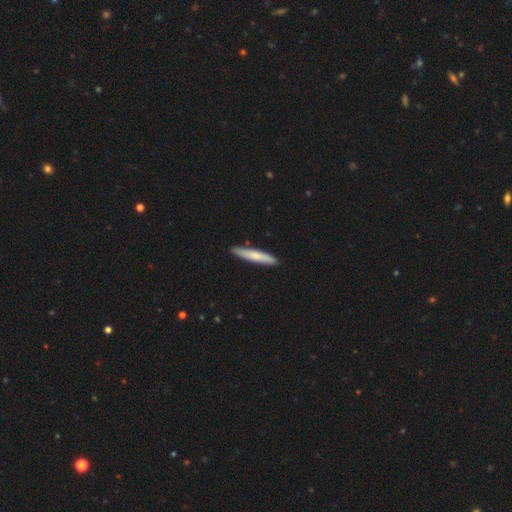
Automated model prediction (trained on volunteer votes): This is likely a smooth galaxy (71%). How rounded: clearly cigar-shaped (92%). Merging: clearly none (90%).